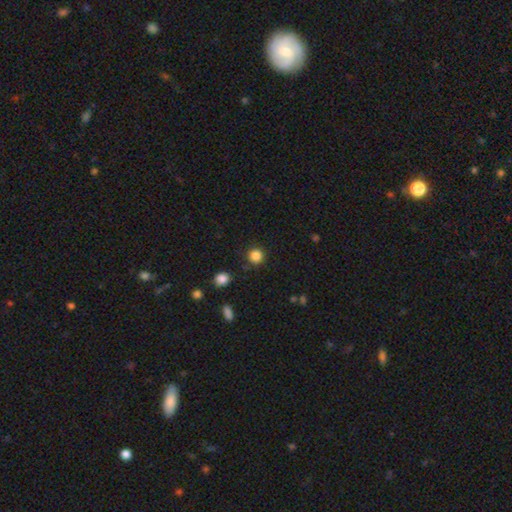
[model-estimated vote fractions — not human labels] Smooth or featured: smooth — 85% (star or artifact — 12%)
How rounded: round — 93% (in between — 6%)
Merging: none — 87% (minor disturbance — 8%)